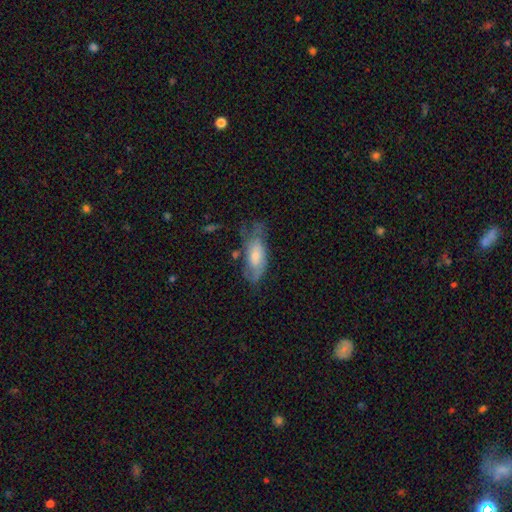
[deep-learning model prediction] Smooth or featured?
  - smooth: 48% *
  - featured or disk: 45%
  - star or artifact: 7%
Merging?
  - none: 42% *
  - minor disturbance: 31%
  - major disturbance: 22%
  - merger: 4%